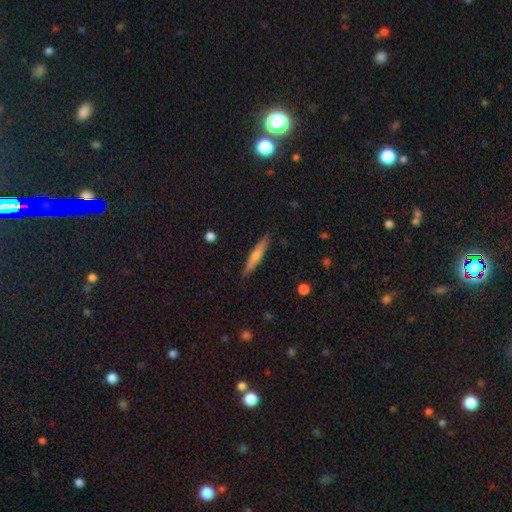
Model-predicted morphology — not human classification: smooth 63%, featured or disk 31%, star or artifact 6%. Down the decision tree: how rounded — cigar-shaped (92%); merging — none (87%).